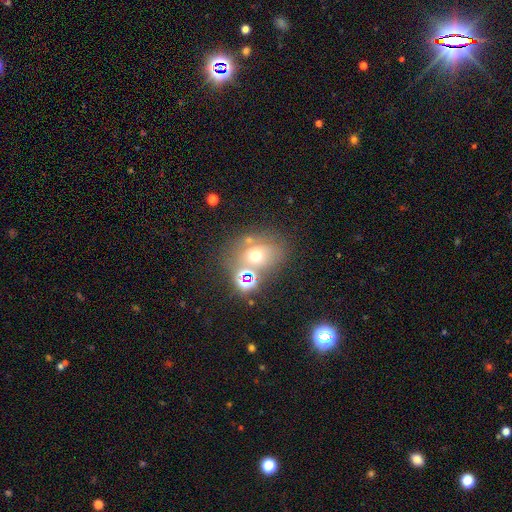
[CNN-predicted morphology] Q: Smooth or featured?
A: smooth (56%); runner-up: star or artifact (24%)
Q: How rounded?
A: round (51%); runner-up: in between (48%)
Q: Merging?
A: none (57%); runner-up: merger (20%)